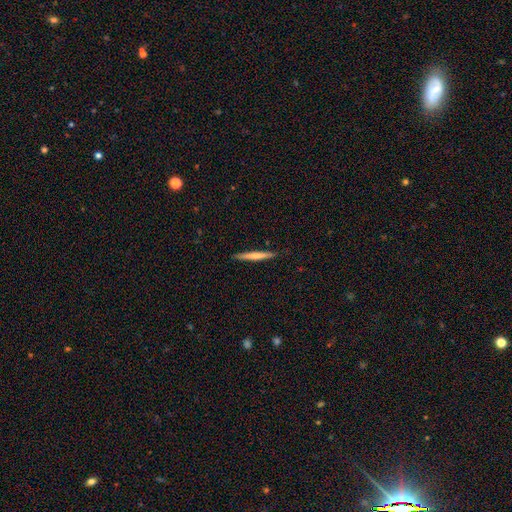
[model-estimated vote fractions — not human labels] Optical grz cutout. It shows a smooth galaxy with no disk features (61%) that is cigar-shaped (96%). Merging: none (90%).